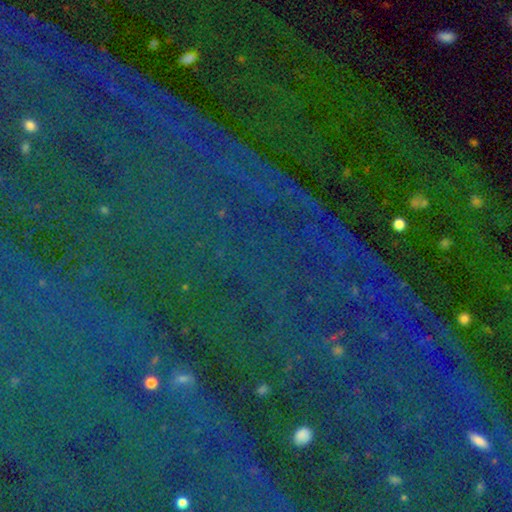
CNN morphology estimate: A star or artifact, not a galaxy (84%).